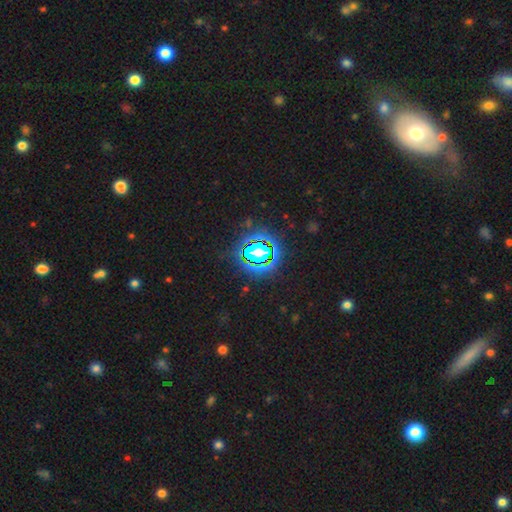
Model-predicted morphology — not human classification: This appears to be a star or artifact, not a galaxy (79%).